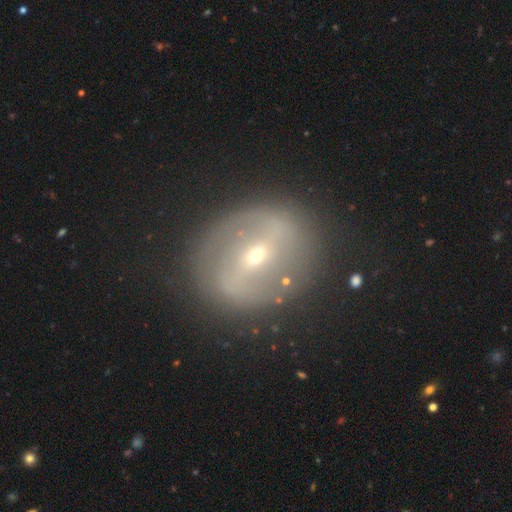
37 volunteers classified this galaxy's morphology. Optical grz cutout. It shows a featured or disk galaxy (78%) with a strong bar (46%), 2 (90%) medium (70%) spiral arms (71%) and a small central bulge (71%). Merging: none (86%).